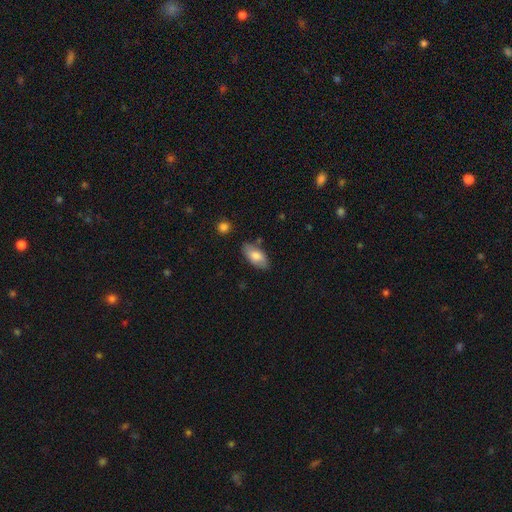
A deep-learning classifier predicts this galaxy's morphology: smooth_or_featured: smooth (p=0.75) [alt: featured or disk p=0.18]
how_rounded: in between (p=0.92) [alt: cigar-shaped p=0.05]
merging: none (p=0.77) [alt: minor disturbance p=0.17]